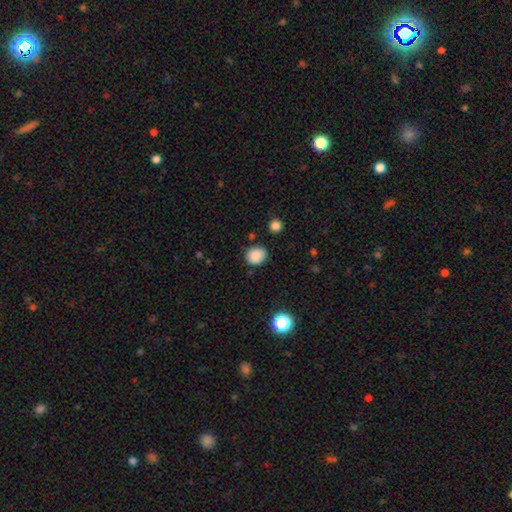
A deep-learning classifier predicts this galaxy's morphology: Smooth or featured?
  - smooth: 87% *
  - star or artifact: 9%
  - featured or disk: 4%
How rounded?
  - round: 65% *
  - in between: 34%
  - cigar-shaped: 1%
Merging?
  - none: 82% *
  - minor disturbance: 12%
  - major disturbance: 3%
  - merger: 3%